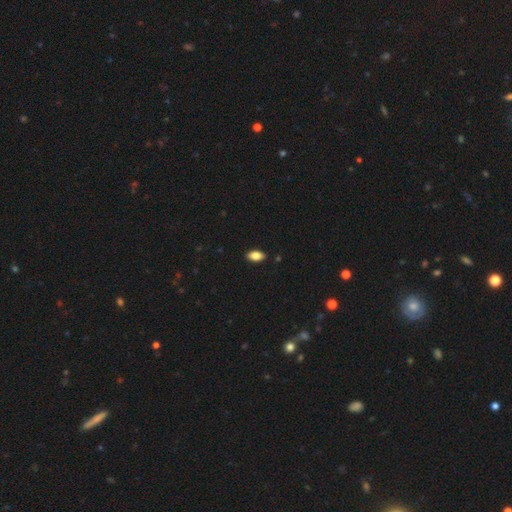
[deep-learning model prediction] Smooth or featured? Predicted: smooth (p=0.85). How rounded? Predicted: in between (p=0.92). Merging? Predicted: none (p=0.89).